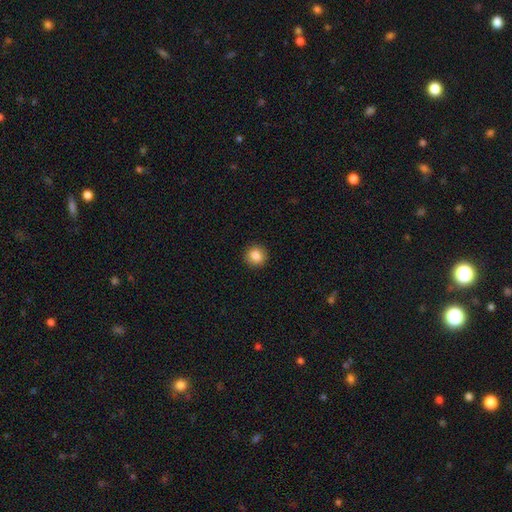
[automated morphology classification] Q: Smooth or featured?
A: smooth (85%); runner-up: star or artifact (10%)
Q: How rounded?
A: round (92%); runner-up: in between (7%)
Q: Merging?
A: none (92%); runner-up: minor disturbance (5%)